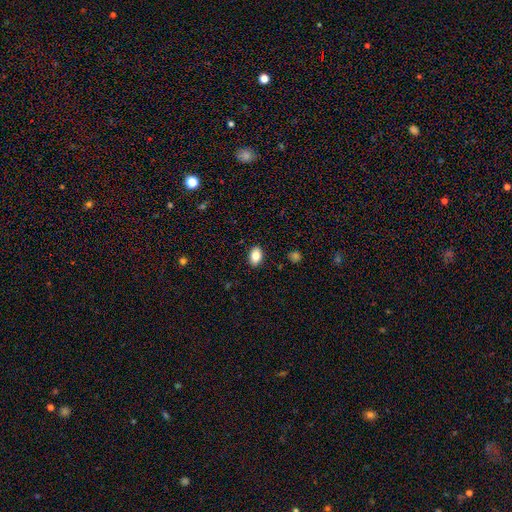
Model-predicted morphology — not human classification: smooth-or-featured: smooth: 84% | star or artifact: 8% | featured or disk: 7%
  how-rounded: in between: 84% | round: 14% | cigar-shaped: 1%
  merging: none: 89% | minor disturbance: 8% | major disturbance: 2% | merger: 1%